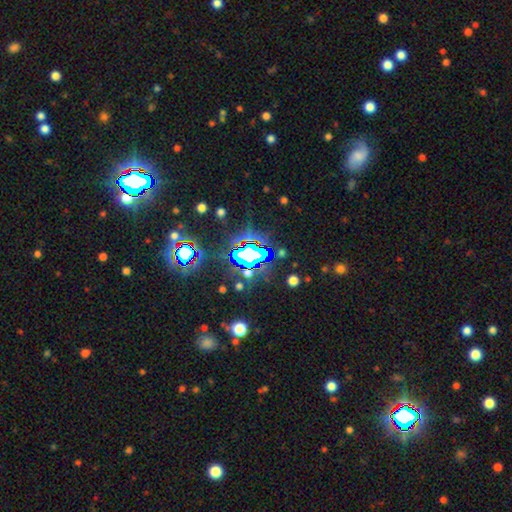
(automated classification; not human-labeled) Smooth or featured? Predicted: star or artifact (p=0.82).